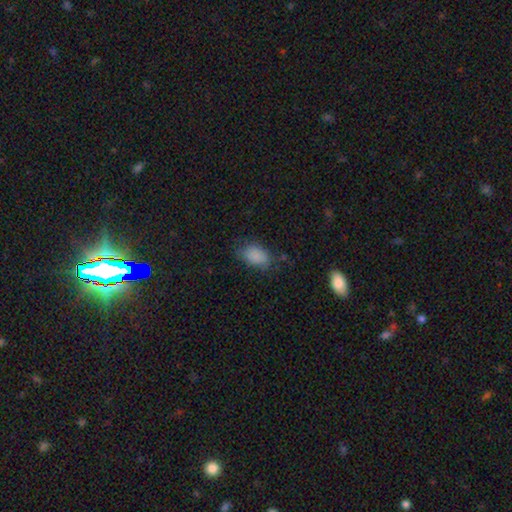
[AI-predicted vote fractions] Morphology: type=smooth (85%); roundness=in between (89%); merging=none (68%).